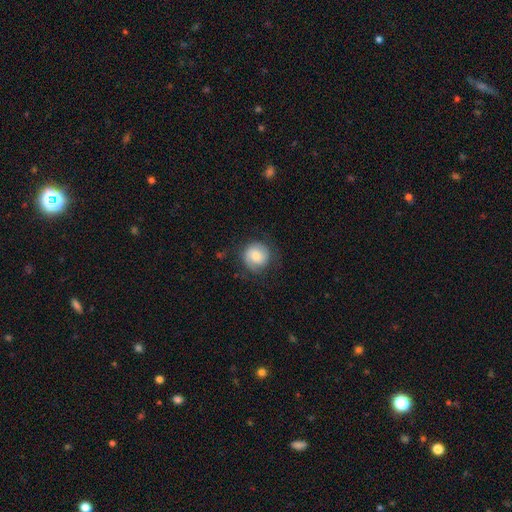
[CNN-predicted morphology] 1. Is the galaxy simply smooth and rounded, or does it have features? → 61% smooth, 31% featured or disk, 8% star or artifact.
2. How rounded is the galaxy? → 88% round, 11% in between, 1% cigar-shaped.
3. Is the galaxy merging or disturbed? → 73% none, 17% minor disturbance, 8% major disturbance, 1% merger.